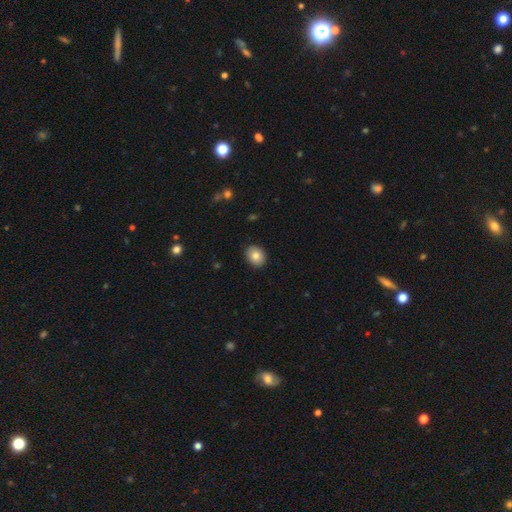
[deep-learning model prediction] Smooth or featured? Predicted: smooth (p=0.82). How rounded? Predicted: round (p=0.54). Merging? Predicted: none (p=0.90).